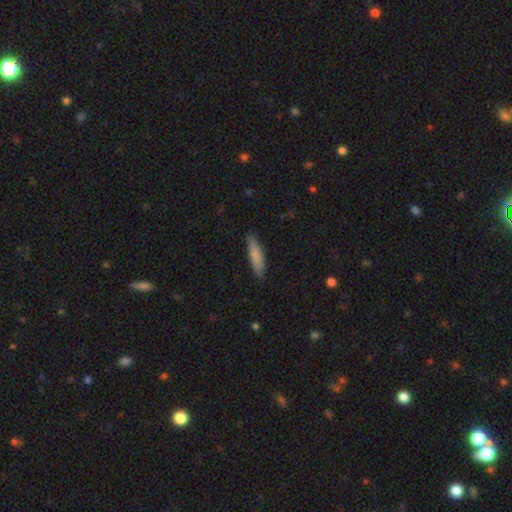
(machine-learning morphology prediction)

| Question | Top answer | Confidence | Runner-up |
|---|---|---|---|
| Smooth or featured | smooth | 81% | featured or disk (14%) |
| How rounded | cigar-shaped | 78% | in between (20%) |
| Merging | none | 86% | minor disturbance (11%) |